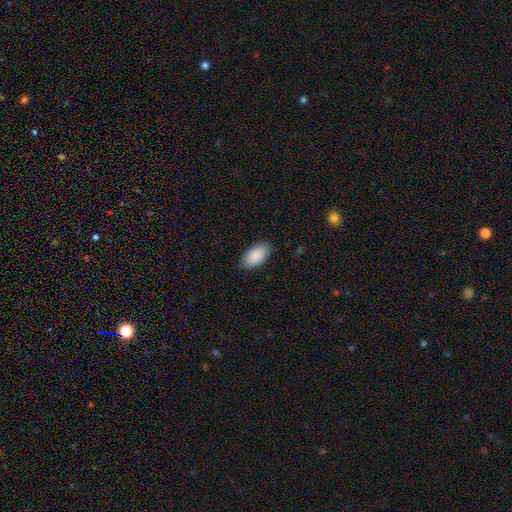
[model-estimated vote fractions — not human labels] The model was most divided on "merging": none: 86%, minor disturbance: 11%, major disturbance: 2%, merger: 1%. More confident: how rounded — in between (96%); smooth or featured — smooth (90%).